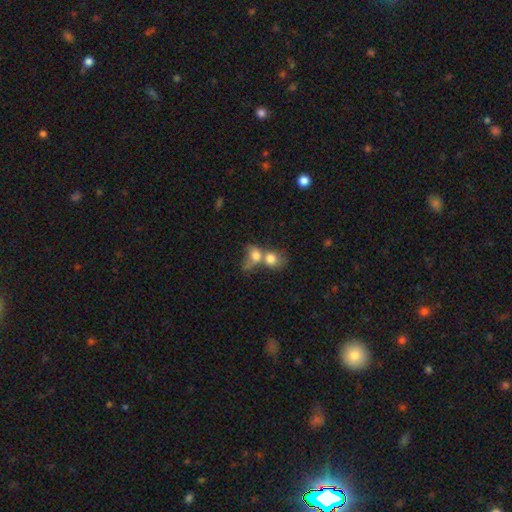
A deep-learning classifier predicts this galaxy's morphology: A smooth galaxy with no disk features (73%) that is in between round and cigar-shaped (49%, tied with round).

Vote fractions:
- Smooth or featured? smooth: 73% / featured or disk: 18% / star or artifact: 10%
- How rounded? in between: 49% (tied) / round: 49% (tied) / cigar-shaped: 2%
- Merging? merger: 75% / none: 12% / major disturbance: 7% / minor disturbance: 6%